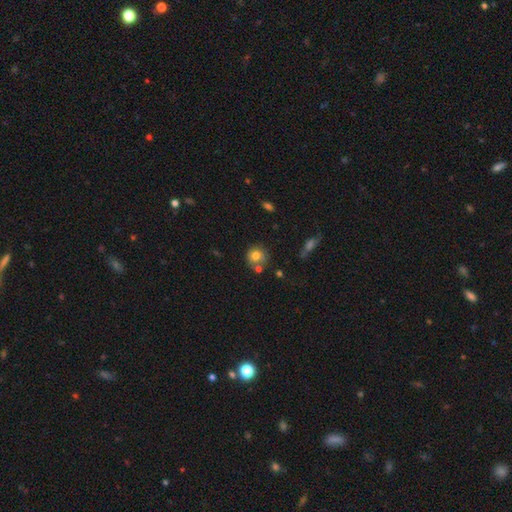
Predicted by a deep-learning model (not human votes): Q: Smooth or featured?
A: smooth (76%); runner-up: featured or disk (14%)
Q: How rounded?
A: round (87%); runner-up: in between (12%)
Q: Merging?
A: none (62%); runner-up: merger (19%)